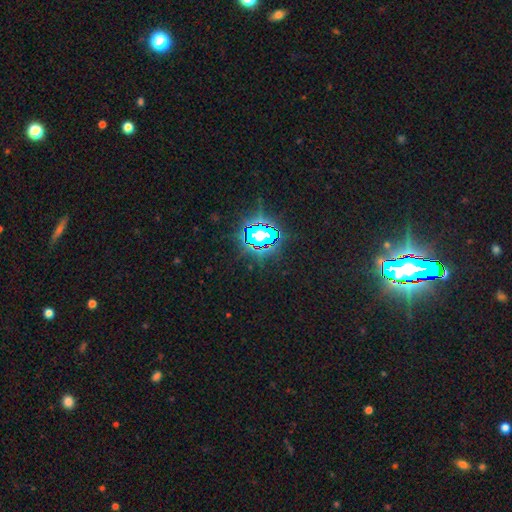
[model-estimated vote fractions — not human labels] star or artifact 84%, smooth 10%, featured or disk 7%.